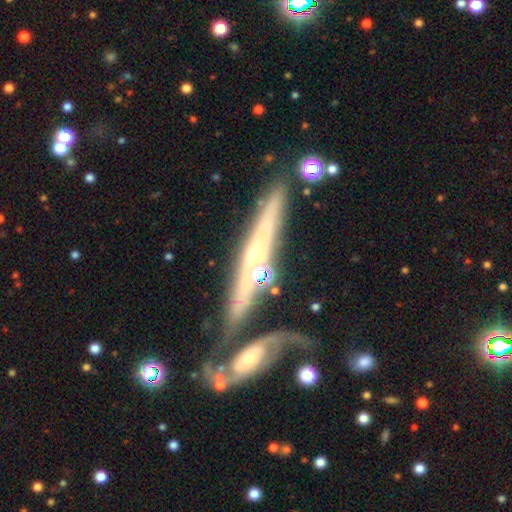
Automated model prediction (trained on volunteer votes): featured or disk 75%, smooth 17%, star or artifact 8%. Down the decision tree: edge-on disk — yes (83%); edge-on bulge — rounded (55%); merging — none (58%).